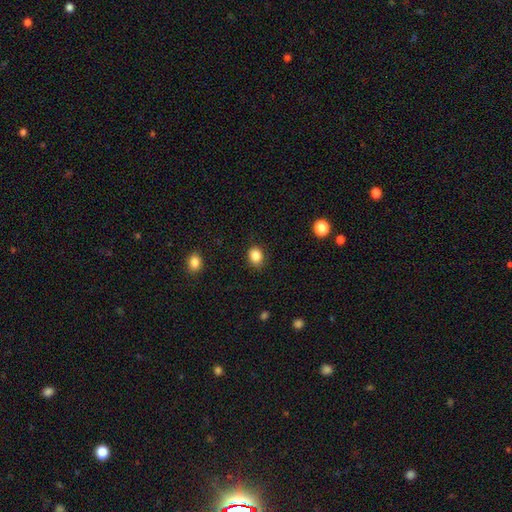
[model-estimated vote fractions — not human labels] Morphology: type=smooth (86%); roundness=round (55%); merging=none (86%).